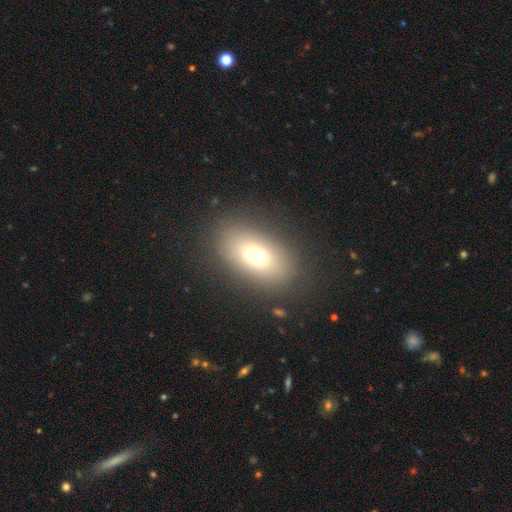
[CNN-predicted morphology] This appears to be a smooth galaxy with no disk features (72%) that is in between round and cigar-shaped (84%). Merging: none (85%).